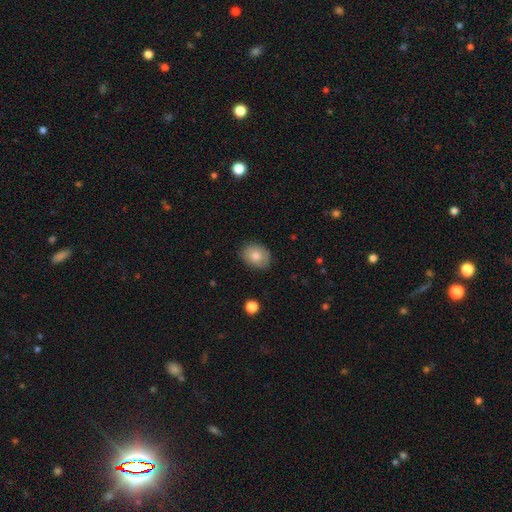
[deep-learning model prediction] A smooth galaxy with no disk features (75%) that is in between round and cigar-shaped (60%).

Vote fractions:
- Smooth or featured? smooth: 75% / featured or disk: 17% / star or artifact: 8%
- How rounded? in between: 60% / round: 39% / cigar-shaped: 1%
- Merging? none: 82% / minor disturbance: 14% / major disturbance: 3% / merger: 1%